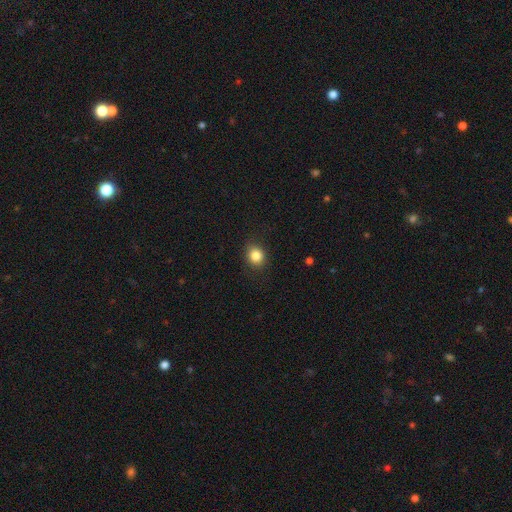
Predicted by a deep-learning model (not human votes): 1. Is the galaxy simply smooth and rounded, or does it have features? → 85% smooth, 10% star or artifact, 5% featured or disk.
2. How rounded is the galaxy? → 72% round, 27% in between, 1% cigar-shaped.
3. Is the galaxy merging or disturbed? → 86% none, 10% minor disturbance, 3% major disturbance, 1% merger.